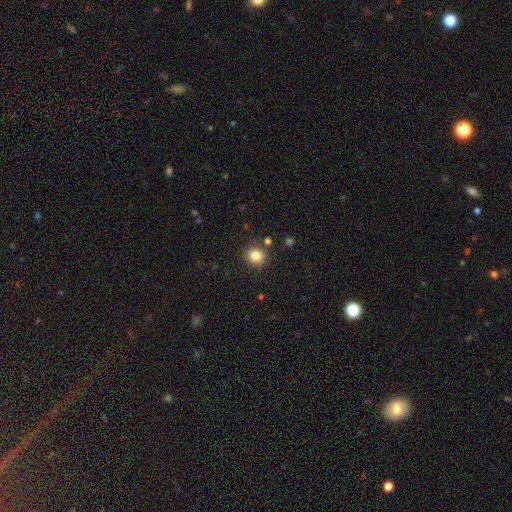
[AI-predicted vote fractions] Smooth or featured? smooth (83%)
How rounded? round (86%)
Merging? none (84%)